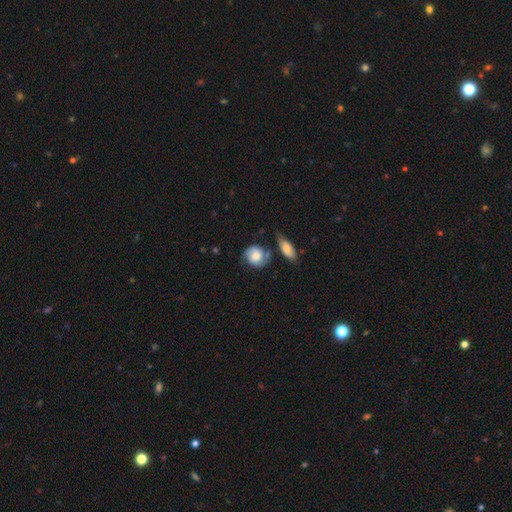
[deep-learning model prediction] Morphology: type=smooth (51%); roundness=round (72%); merging=none (52%).